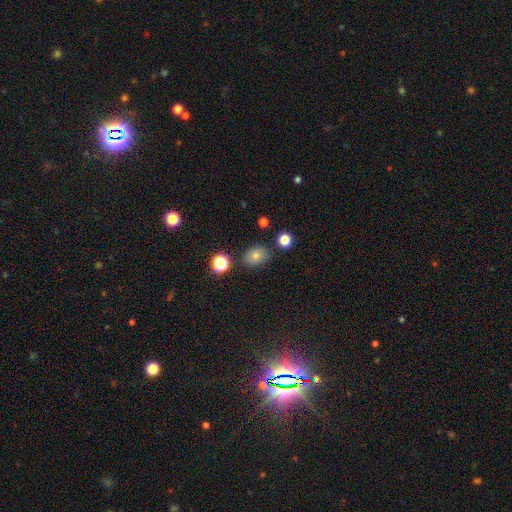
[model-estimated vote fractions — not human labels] Smooth or featured? Predicted: smooth (p=0.78). How rounded? Predicted: in between (p=0.60). Merging? Predicted: none (p=0.80).